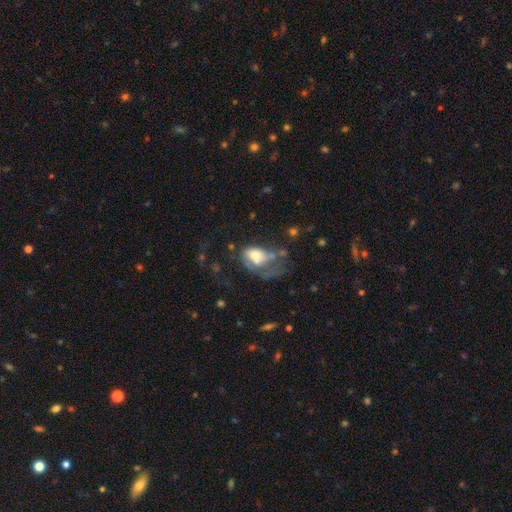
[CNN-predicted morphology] This appears to be a smooth galaxy with no disk features (54%) that is in between round and cigar-shaped (81%). Merging: major disturbance (52%).